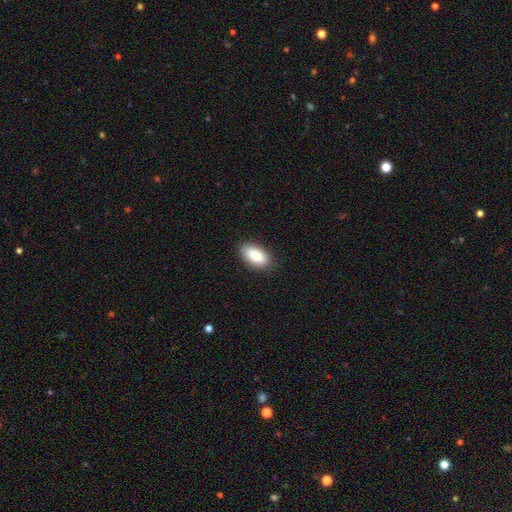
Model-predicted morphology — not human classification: This is clearly a smooth galaxy (85%). How rounded: clearly in between (93%). Merging: clearly none (88%).